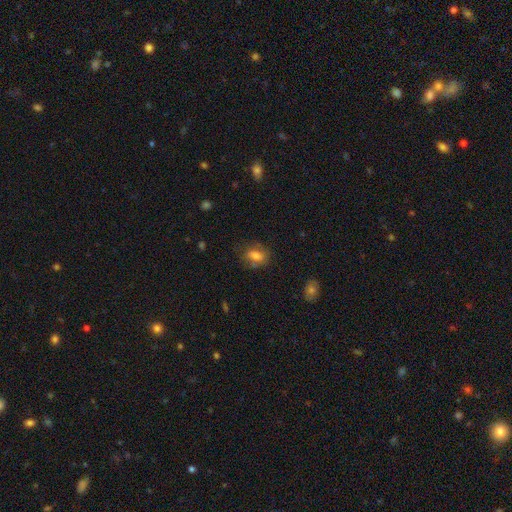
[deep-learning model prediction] Q: Smooth or featured?
A: smooth (73%); runner-up: featured or disk (17%)
Q: How rounded?
A: in between (71%); runner-up: round (26%)
Q: Merging?
A: none (70%); runner-up: minor disturbance (20%)